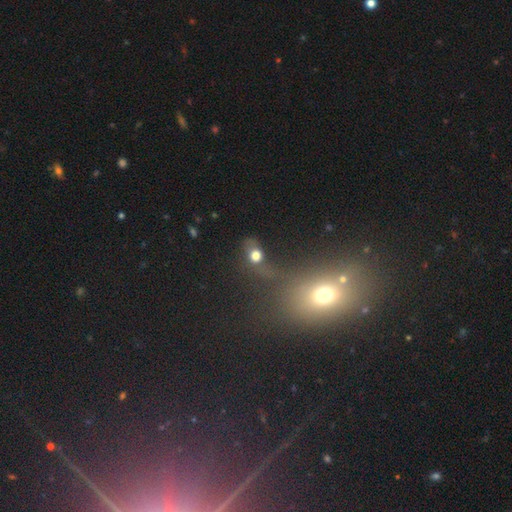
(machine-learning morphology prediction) Q: Smooth or featured?
A: smooth (70%); runner-up: star or artifact (17%)
Q: How rounded?
A: round (53%); runner-up: in between (45%)
Q: Merging?
A: none (43%); runner-up: merger (20%)